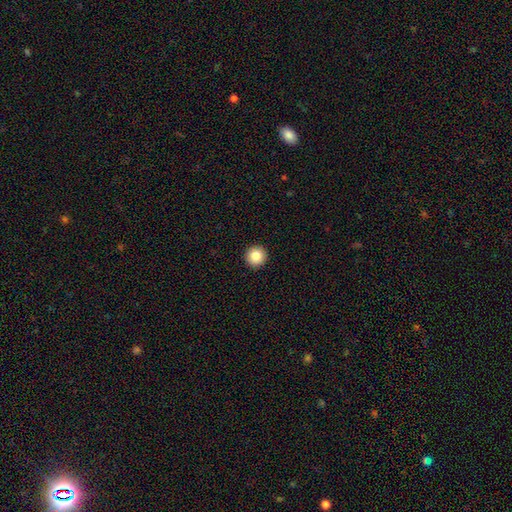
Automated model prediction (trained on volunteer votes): Q: Smooth or featured?
A: smooth (85%); runner-up: star or artifact (10%)
Q: How rounded?
A: round (96%); runner-up: in between (3%)
Q: Merging?
A: none (94%); runner-up: minor disturbance (4%)